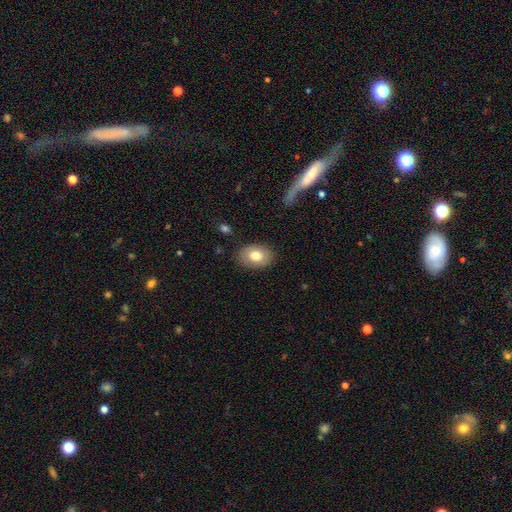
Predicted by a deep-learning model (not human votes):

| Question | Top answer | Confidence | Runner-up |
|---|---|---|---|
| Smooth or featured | smooth | 76% | featured or disk (17%) |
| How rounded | in between | 72% | round (27%) |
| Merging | none | 86% | minor disturbance (10%) |